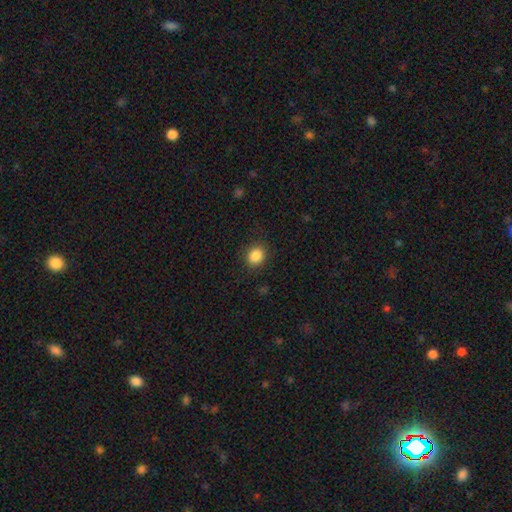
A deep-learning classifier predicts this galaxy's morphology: A smooth galaxy with no disk features (87%) that is round (76%). Merging: none (88%).